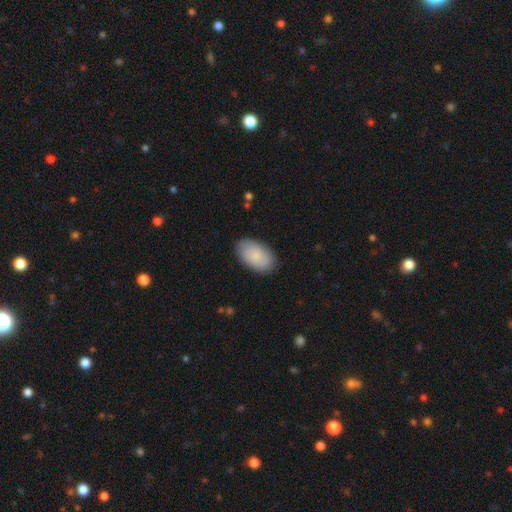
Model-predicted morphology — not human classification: The model was most divided on "smooth or featured": smooth: 84%, featured or disk: 11%, star or artifact: 5%. More confident: how rounded — in between (94%); merging — none (86%).